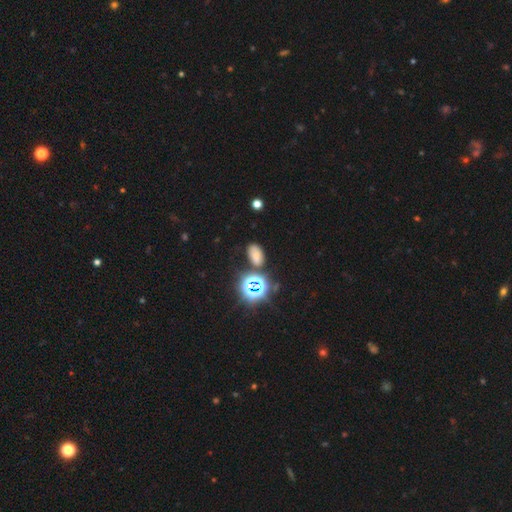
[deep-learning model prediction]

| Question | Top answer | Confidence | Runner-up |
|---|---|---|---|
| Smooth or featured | smooth | 56% | star or artifact (32%) |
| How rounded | in between | 88% | round (10%) |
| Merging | none | 70% | minor disturbance (18%) |